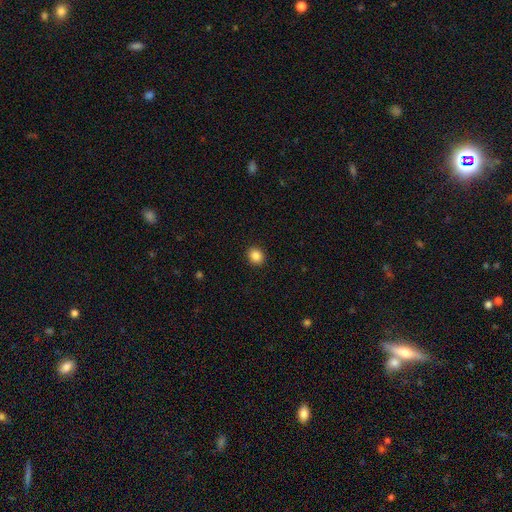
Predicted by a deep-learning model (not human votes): smooth_or_featured: smooth (p=0.86) [alt: star or artifact p=0.10]
how_rounded: round (p=0.80) [alt: in between p=0.19]
merging: none (p=0.92) [alt: minor disturbance p=0.05]